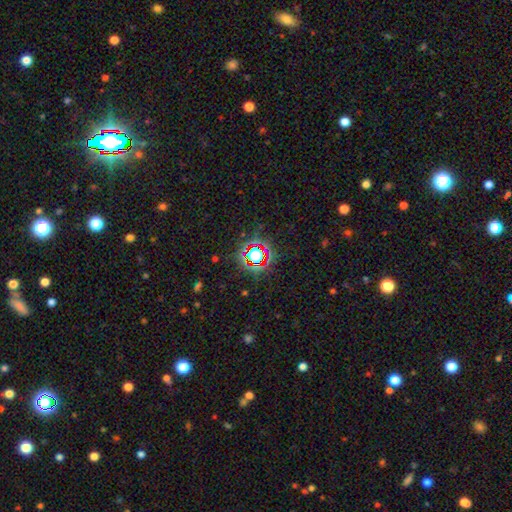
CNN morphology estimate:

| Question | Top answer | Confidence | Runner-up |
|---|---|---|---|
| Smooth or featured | star or artifact | 73% | smooth (17%) |